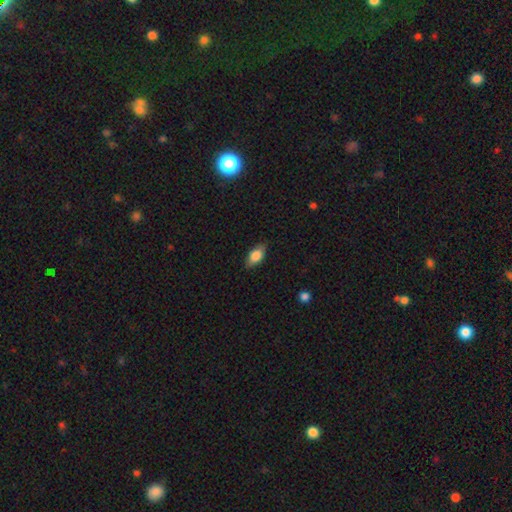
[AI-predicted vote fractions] Smooth or featured? smooth (78%)
How rounded? in between (87%)
Merging? none (83%)